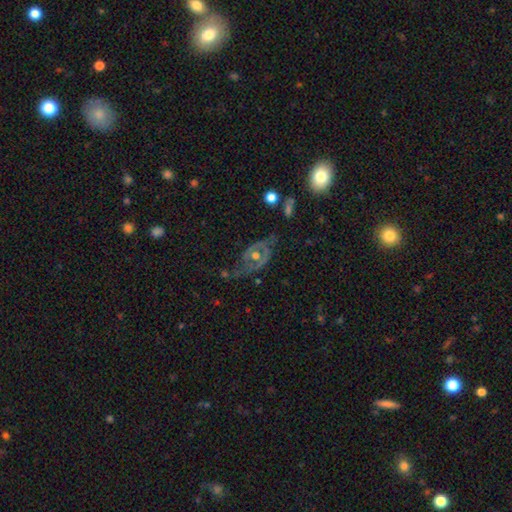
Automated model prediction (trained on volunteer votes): This appears to be a featured or disk galaxy (69%) with no bar (76%), no spiral arms (58%) and a moderate central bulge (75%). Merging: none (46%).